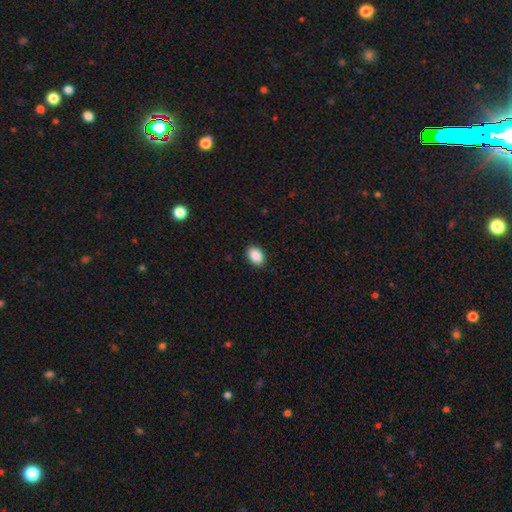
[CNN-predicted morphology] Smooth or featured: smooth — 89% (star or artifact — 8%)
How rounded: in between — 81% (round — 18%)
Merging: none — 90% (minor disturbance — 7%)